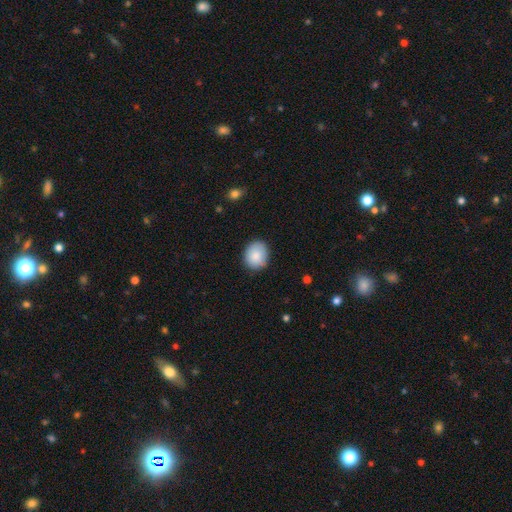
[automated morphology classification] A smooth galaxy with no disk features (86%) that is round (57%).

Vote fractions:
- Smooth or featured? smooth: 86% / featured or disk: 7% / star or artifact: 7%
- How rounded? round: 57% / in between: 42% / cigar-shaped: 1%
- Merging? none: 82% / minor disturbance: 14% / major disturbance: 2% / merger: 1%